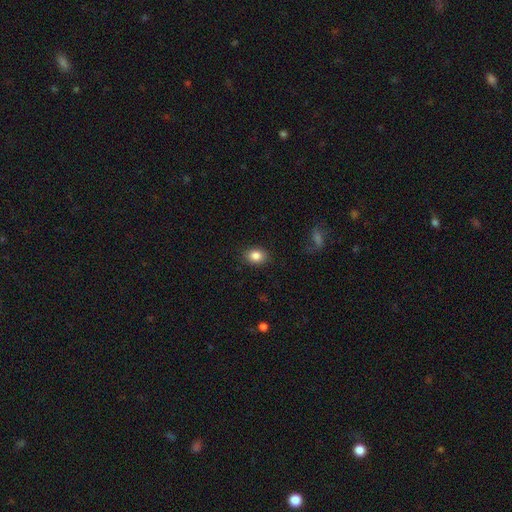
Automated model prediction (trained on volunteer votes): The model was most divided on "how rounded": in between: 63%, round: 36%, cigar-shaped: 1%. More confident: merging — none (87%); smooth or featured — smooth (85%).